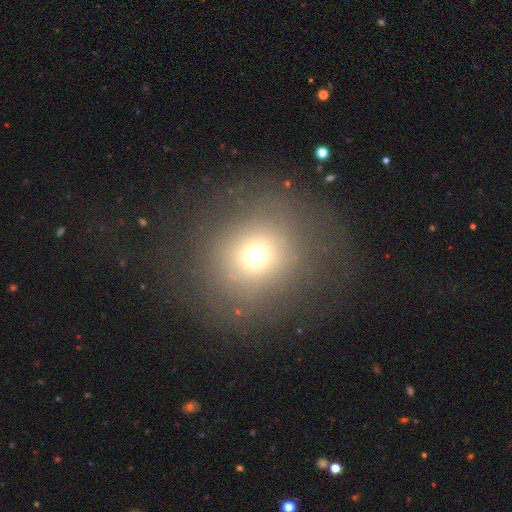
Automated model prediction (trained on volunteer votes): smooth-or-featured: smooth: 66% | star or artifact: 20% | featured or disk: 14%
  how-rounded: round: 88% | in between: 11% | cigar-shaped: 1%
  merging: none: 73% | major disturbance: 13% | minor disturbance: 12% | merger: 2%